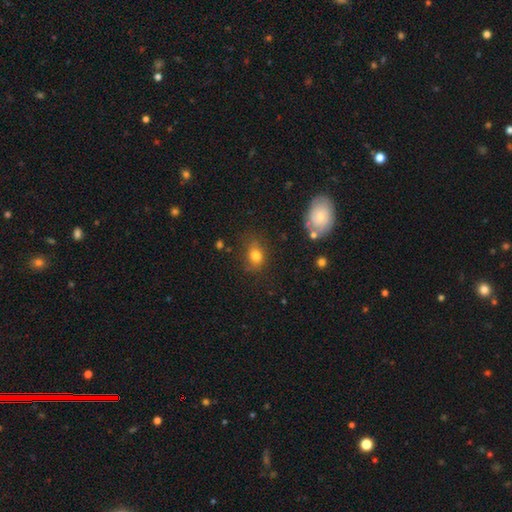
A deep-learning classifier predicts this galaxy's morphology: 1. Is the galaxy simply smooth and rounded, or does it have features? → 75% smooth, 12% featured or disk, 12% star or artifact.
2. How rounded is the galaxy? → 59% in between, 39% round, 2% cigar-shaped.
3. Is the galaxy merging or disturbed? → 65% none, 22% minor disturbance, 9% major disturbance, 3% merger.